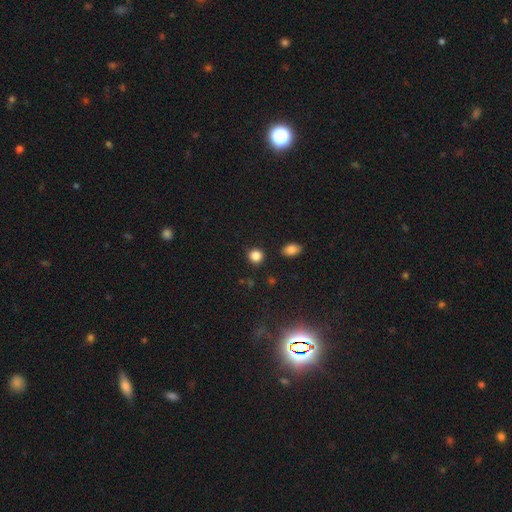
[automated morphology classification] A smooth galaxy with no disk features (85%) that is round (84%). Merging: none (87%).